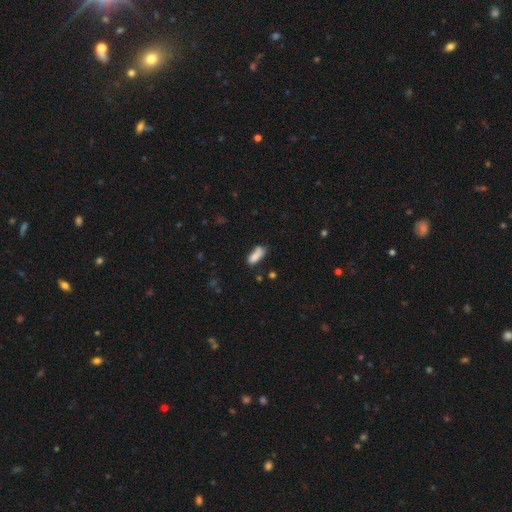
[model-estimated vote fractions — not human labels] Smooth or featured: smooth — 78% (featured or disk — 13%)
How rounded: in between — 72% (cigar-shaped — 25%)
Merging: none — 44% (merger — 25%)